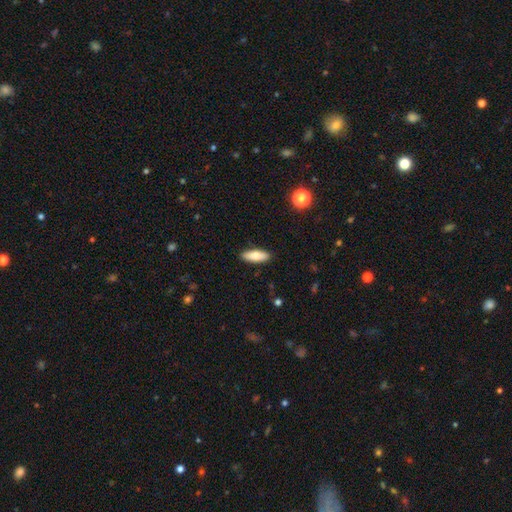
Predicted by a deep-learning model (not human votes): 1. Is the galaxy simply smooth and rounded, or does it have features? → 77% smooth, 17% featured or disk, 6% star or artifact.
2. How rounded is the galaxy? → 60% in between, 37% cigar-shaped, 2% round.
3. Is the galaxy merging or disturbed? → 89% none, 8% minor disturbance, 2% major disturbance, 1% merger.